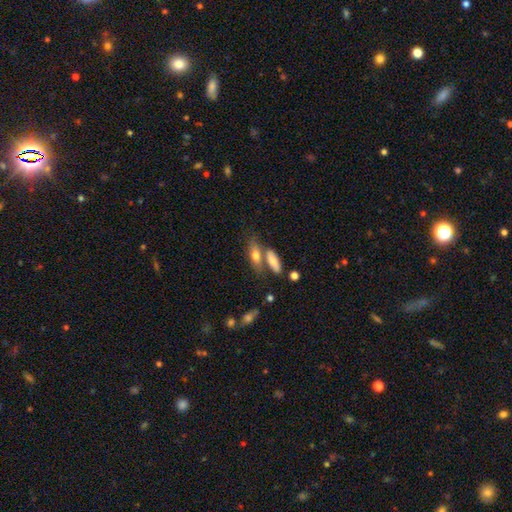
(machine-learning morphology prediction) Smooth or featured?
  - smooth: 71% *
  - featured or disk: 22%
  - star or artifact: 8%
How rounded?
  - in between: 63% *
  - cigar-shaped: 33%
  - round: 4%
Merging?
  - none: 47% *
  - merger: 37%
  - minor disturbance: 12%
  - major disturbance: 4%